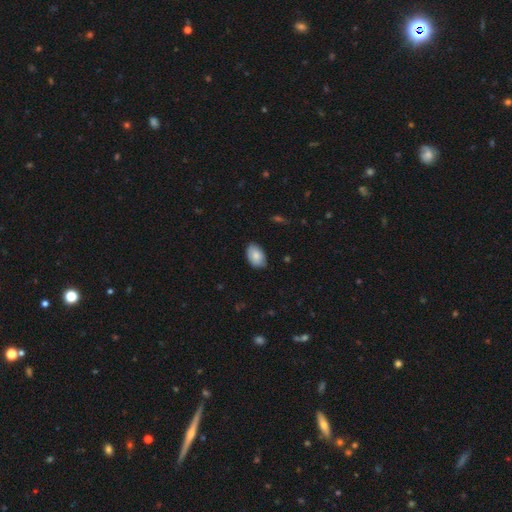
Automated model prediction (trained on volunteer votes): smooth 84%, featured or disk 10%, star or artifact 6%. Down the decision tree: how rounded — in between (91%); merging — none (80%).